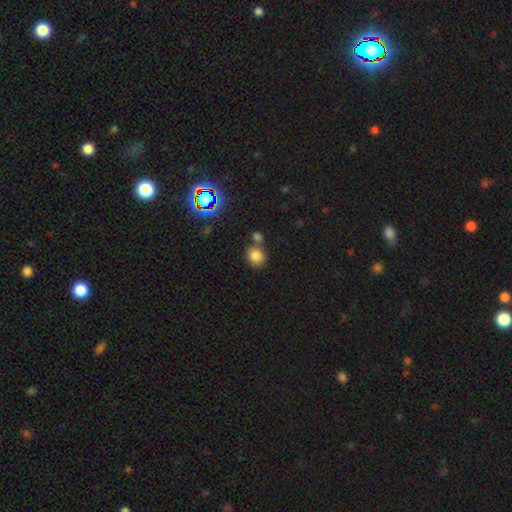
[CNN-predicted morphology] type=smooth (80%); roundness=round (79%); merging=none (61%).